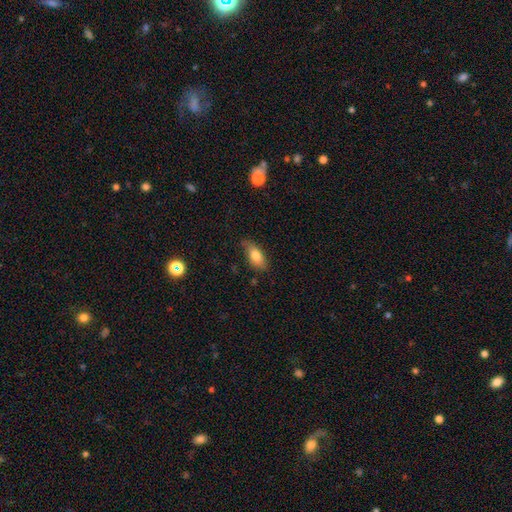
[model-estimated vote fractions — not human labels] A smooth galaxy with no disk features (76%) that is in between round and cigar-shaped (86%). Merging: none (70%).